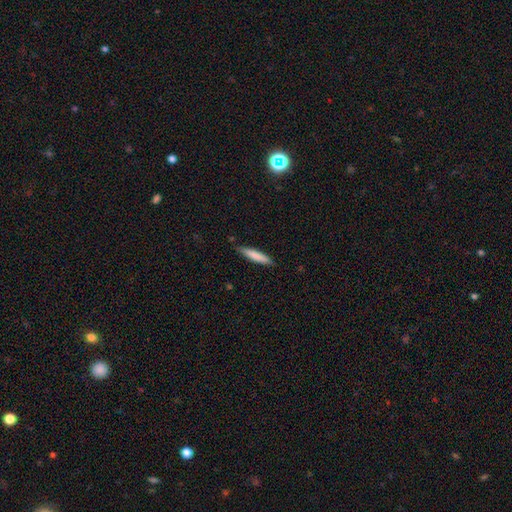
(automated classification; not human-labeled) Morphology: type=smooth (78%); roundness=cigar-shaped (89%); merging=none (85%).